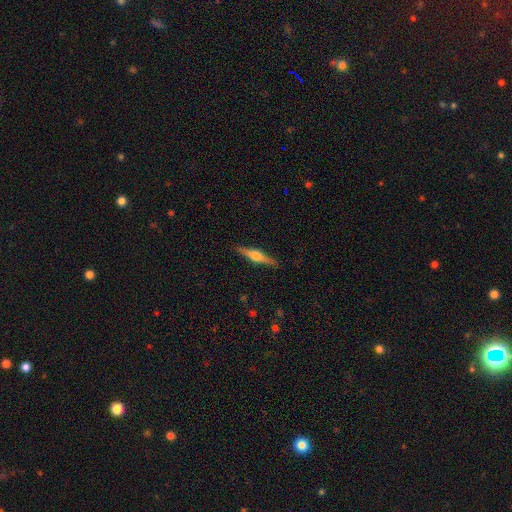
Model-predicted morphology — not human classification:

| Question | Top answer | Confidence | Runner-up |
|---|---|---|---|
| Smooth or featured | featured or disk | 65% | smooth (29%) |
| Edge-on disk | yes | 97% | no (3%) |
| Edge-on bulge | rounded | 85% | boxy (11%) |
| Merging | none | 89% | minor disturbance (8%) |